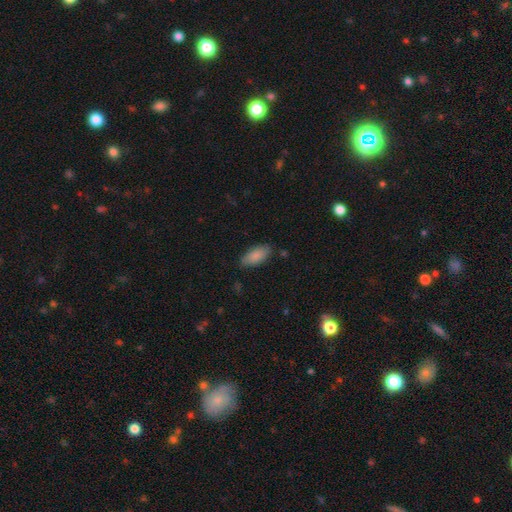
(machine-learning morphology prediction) Smooth or featured? smooth (86%)
How rounded? in between (90%)
Merging? none (80%)